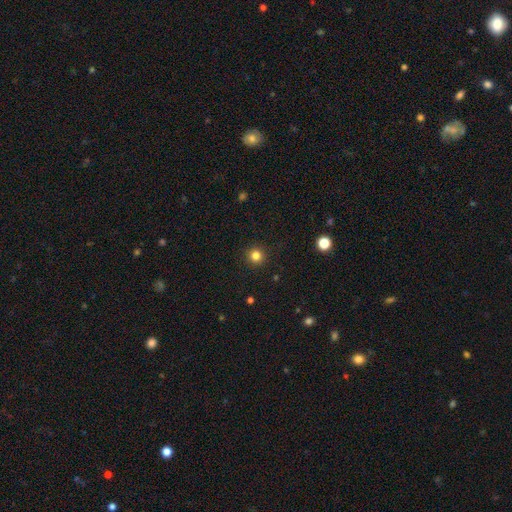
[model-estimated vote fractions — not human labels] Smooth or featured? Predicted: smooth (p=0.83). How rounded? Predicted: round (p=0.95). Merging? Predicted: none (p=0.92).